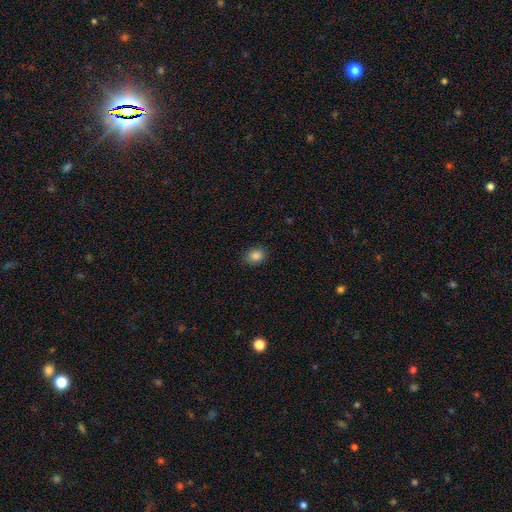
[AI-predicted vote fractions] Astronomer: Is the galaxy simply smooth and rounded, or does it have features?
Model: smooth — 85%.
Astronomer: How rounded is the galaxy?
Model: in between — 57% (runner-up: round, 42%).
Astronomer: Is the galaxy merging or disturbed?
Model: none — 88%.